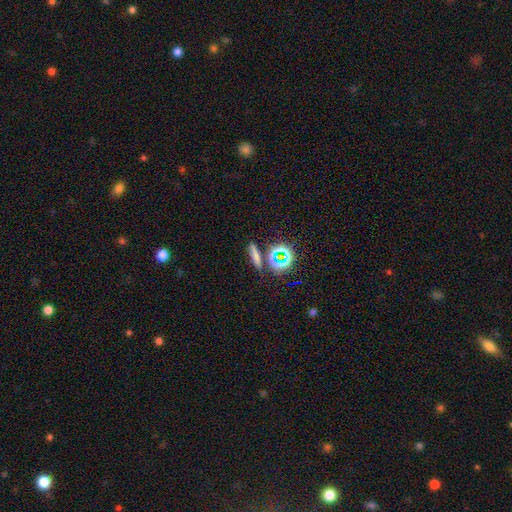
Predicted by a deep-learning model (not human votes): Smooth or featured: smooth — 61% (star or artifact — 25%)
How rounded: cigar-shaped — 68% (in between — 18%)
Merging: none — 81% (minor disturbance — 9%)